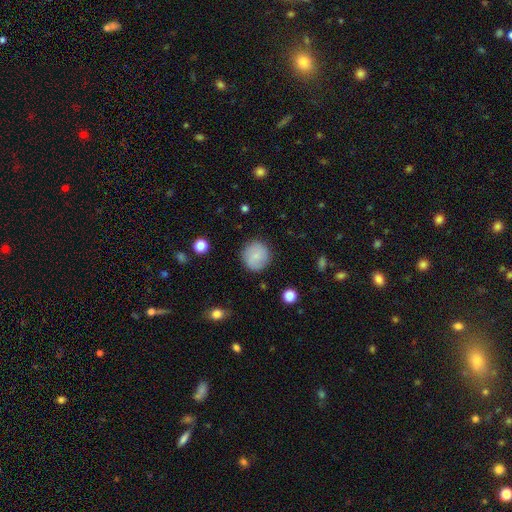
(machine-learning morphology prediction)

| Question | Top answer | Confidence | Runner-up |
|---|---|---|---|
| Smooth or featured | smooth | 82% | featured or disk (11%) |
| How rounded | round | 92% | in between (7%) |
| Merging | none | 87% | minor disturbance (9%) |